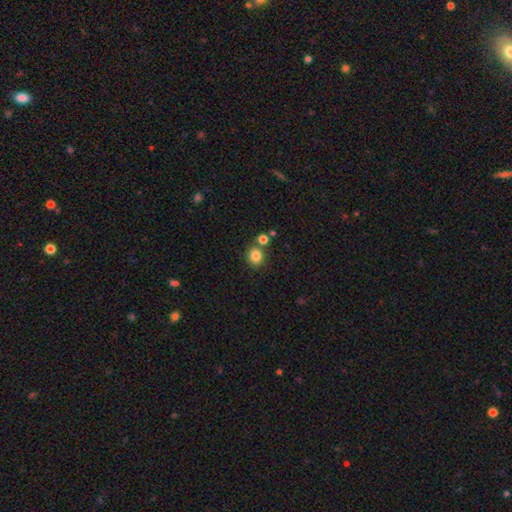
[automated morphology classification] This appears to be a smooth galaxy with no disk features (84%) that is round (81%). Merging: none (74%).